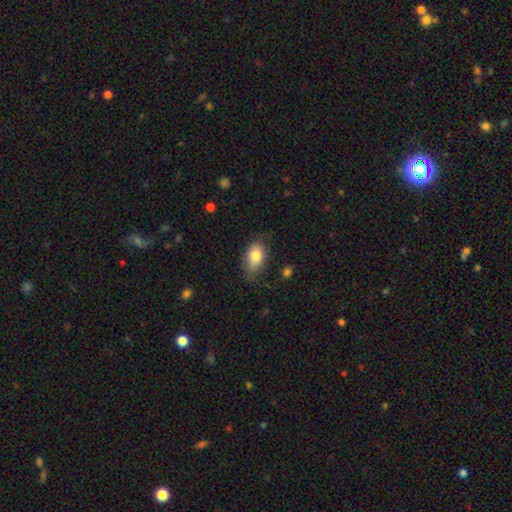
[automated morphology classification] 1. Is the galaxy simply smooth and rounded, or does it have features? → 81% smooth, 12% featured or disk, 7% star or artifact.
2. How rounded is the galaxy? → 89% in between, 7% round, 3% cigar-shaped.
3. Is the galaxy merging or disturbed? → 66% none, 26% minor disturbance, 6% major disturbance, 2% merger.